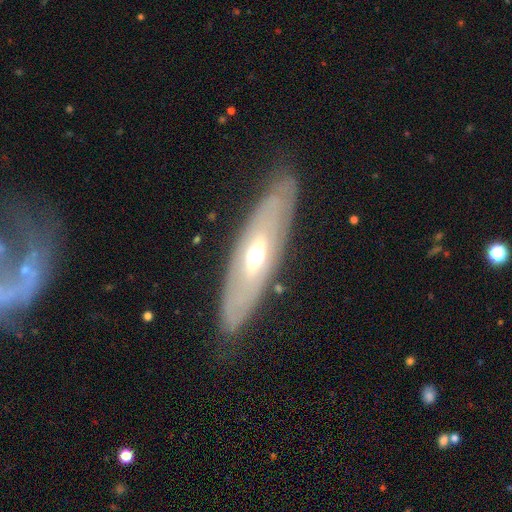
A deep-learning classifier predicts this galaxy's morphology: smooth-or-featured: featured or disk: 65% | smooth: 29% | star or artifact: 6%
  disk-edge-on: no: 61% | yes: 39%
  merging: none: 80% | minor disturbance: 13% | major disturbance: 5% | merger: 2%